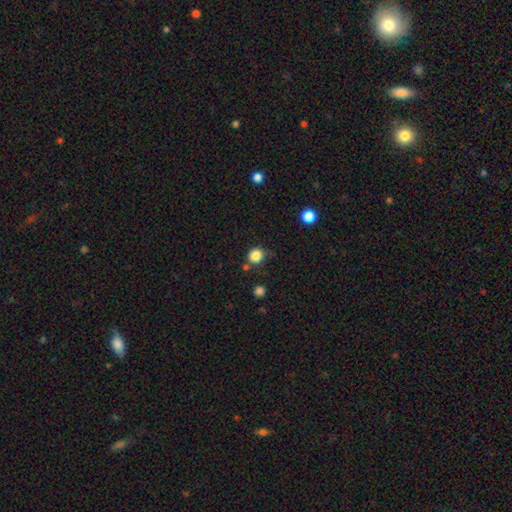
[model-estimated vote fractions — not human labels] This appears to be a smooth galaxy with no disk features (84%) that is round (89%). Merging: none (70%).